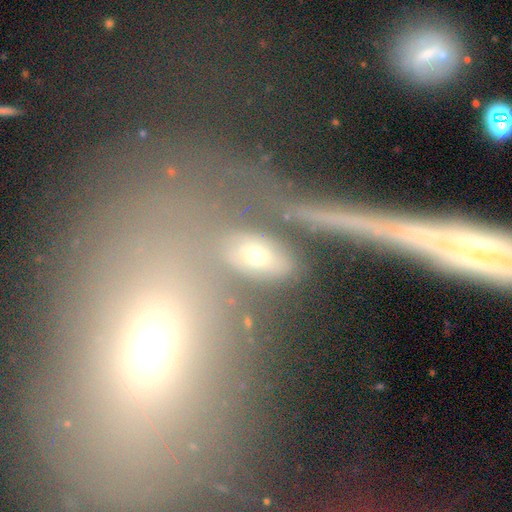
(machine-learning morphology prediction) Q: Smooth or featured?
A: smooth (56%); runner-up: featured or disk (28%)
Q: How rounded?
A: in between (76%); runner-up: round (14%)
Q: Merging?
A: none (62%); runner-up: merger (16%)